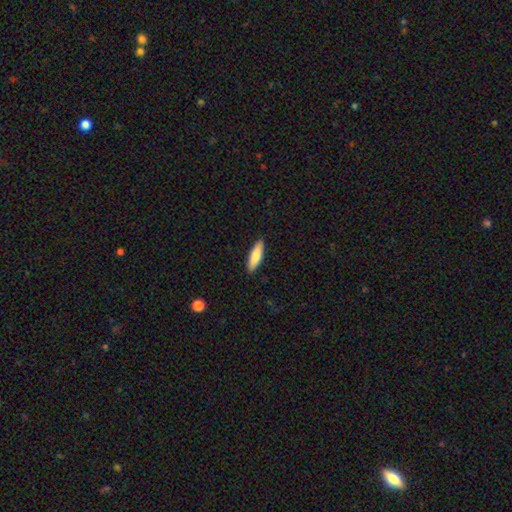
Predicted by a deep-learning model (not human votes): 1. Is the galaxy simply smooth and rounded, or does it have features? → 79% smooth, 15% featured or disk, 6% star or artifact.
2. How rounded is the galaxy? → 58% cigar-shaped, 41% in between, 2% round.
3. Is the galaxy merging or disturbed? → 90% none, 8% minor disturbance, 2% major disturbance, 1% merger.